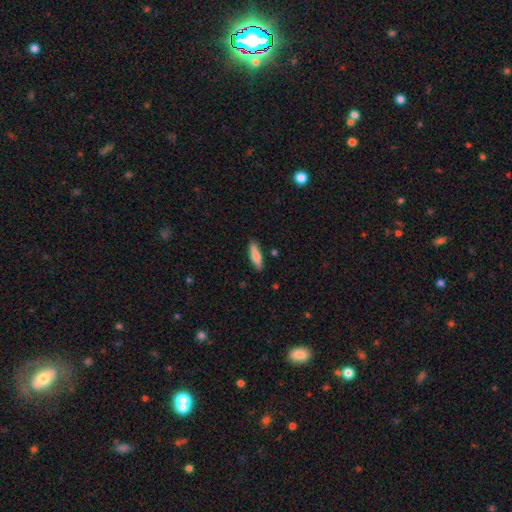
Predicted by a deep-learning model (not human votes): This is clearly a smooth galaxy (82%). How rounded: likely cigar-shaped (61%). Merging: clearly none (86%).